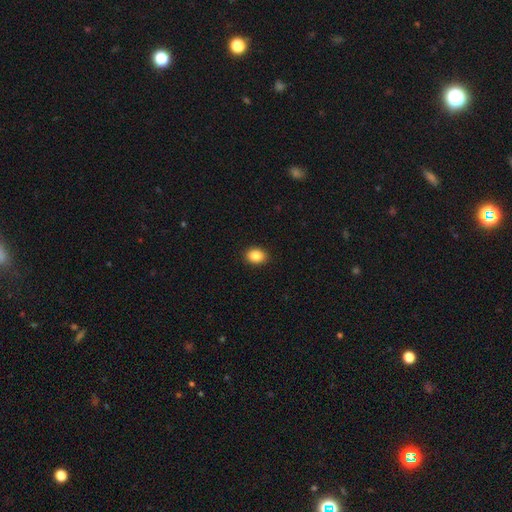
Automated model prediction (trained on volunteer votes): Smooth or featured?
  - smooth: 86% *
  - star or artifact: 9%
  - featured or disk: 5%
How rounded?
  - in between: 60% *
  - round: 39%
  - cigar-shaped: 1%
Merging?
  - none: 91% *
  - minor disturbance: 6%
  - major disturbance: 2%
  - merger: 1%